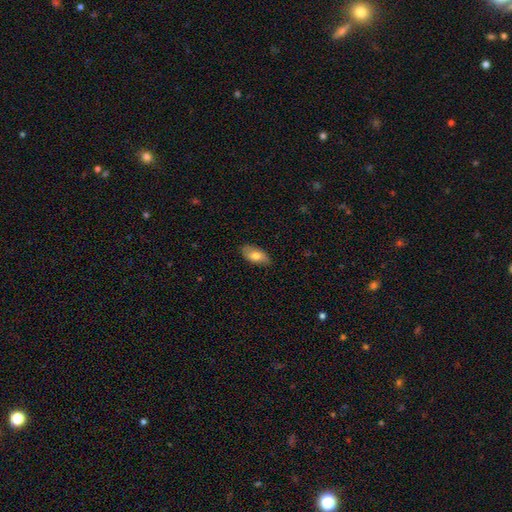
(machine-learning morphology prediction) smooth 73%, featured or disk 21%, star or artifact 7%. Down the decision tree: how rounded — in between (91%); merging — none (80%).